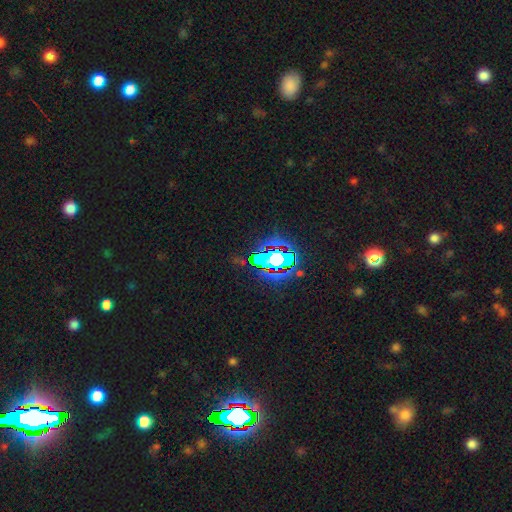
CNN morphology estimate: smooth-or-featured: star or artifact: 80% | smooth: 12% | featured or disk: 8%